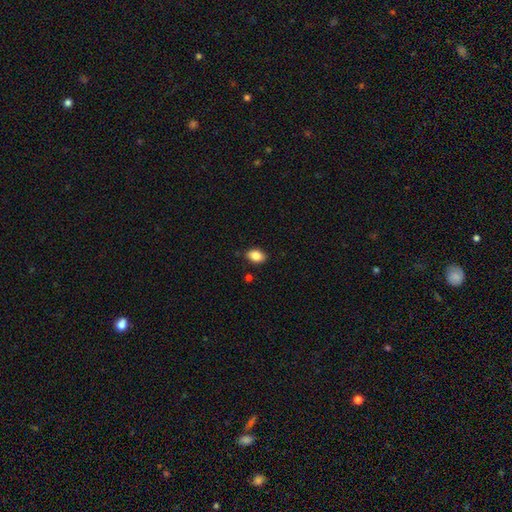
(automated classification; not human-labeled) Smooth or featured: smooth — 86% (star or artifact — 8%)
How rounded: in between — 85% (round — 14%)
Merging: none — 86% (minor disturbance — 10%)